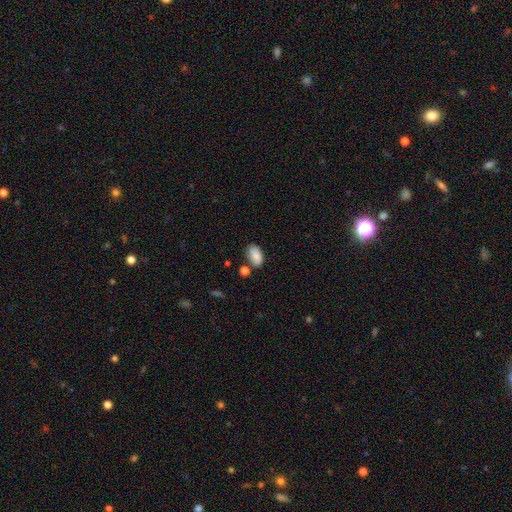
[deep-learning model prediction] This appears to be a smooth galaxy with no disk features (86%) that is in between round and cigar-shaped (93%). Merging: none (68%).